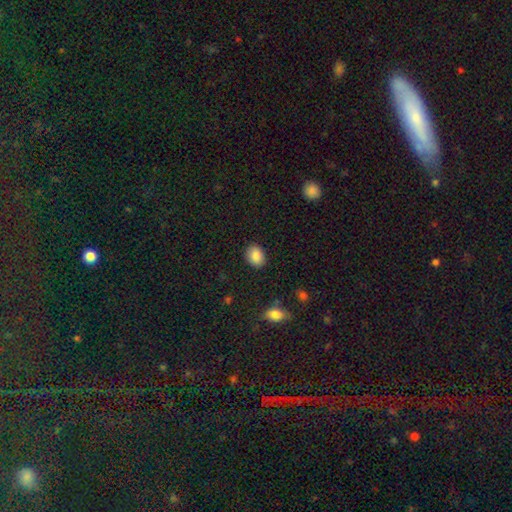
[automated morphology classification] The model was most divided on "how rounded": in between: 60%, round: 39%, cigar-shaped: 1%. More confident: merging — none (88%); smooth or featured — smooth (87%).